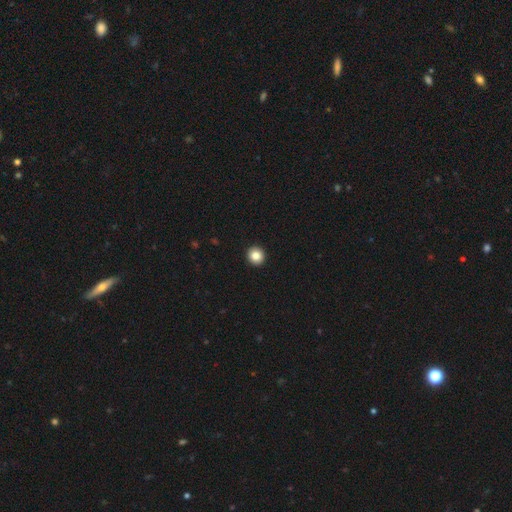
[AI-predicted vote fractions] Q: Smooth or featured?
A: smooth (85%); runner-up: star or artifact (10%)
Q: How rounded?
A: round (94%); runner-up: in between (5%)
Q: Merging?
A: none (94%); runner-up: minor disturbance (4%)